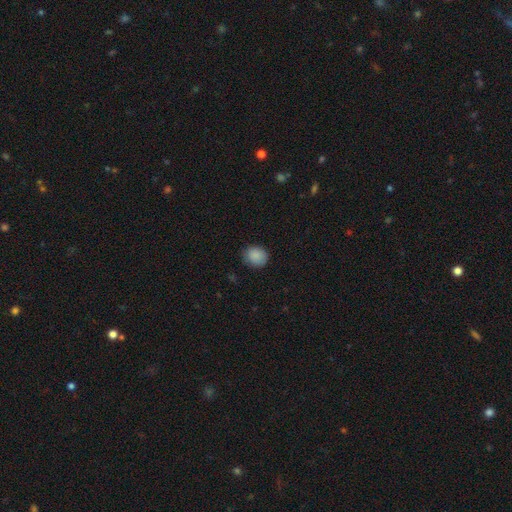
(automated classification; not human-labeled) This is clearly a smooth galaxy (88%). How rounded: likely round (69%). Merging: clearly none (81%).